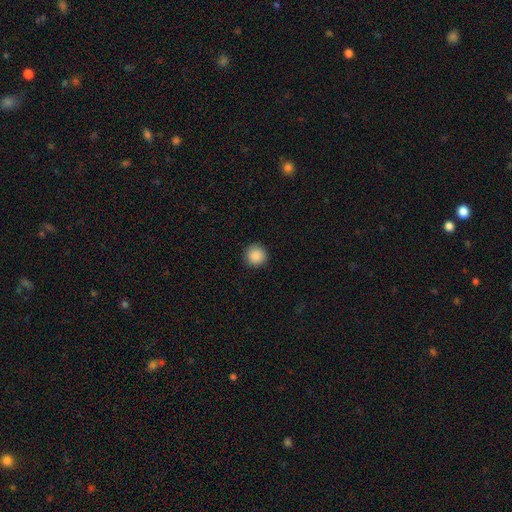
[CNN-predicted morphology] smooth-or-featured: smooth: 88% | star or artifact: 9% | featured or disk: 3%
  how-rounded: round: 95% | in between: 4% | cigar-shaped: 1%
  merging: none: 91% | minor disturbance: 7% | major disturbance: 2% | merger: 1%